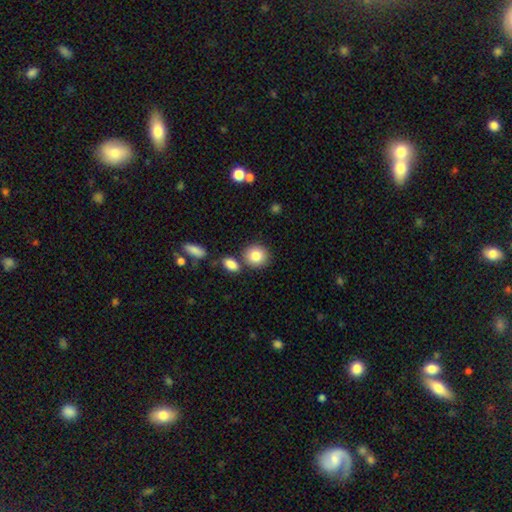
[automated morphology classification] A smooth galaxy with no disk features (83%) that is round (82%). Merging: none (74%).